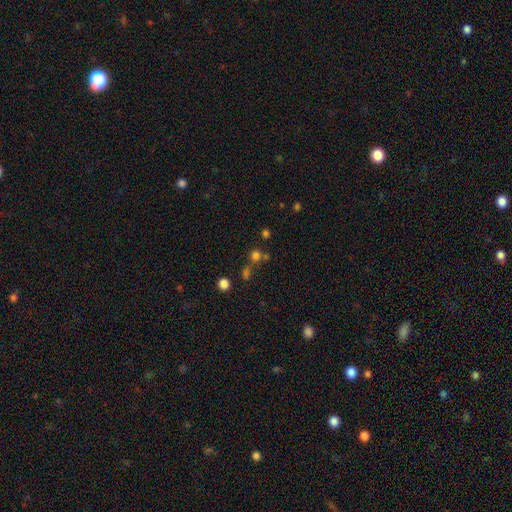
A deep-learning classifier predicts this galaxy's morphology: Smooth or featured? smooth (66%)
How rounded? round (89%)
Merging? none (63%)